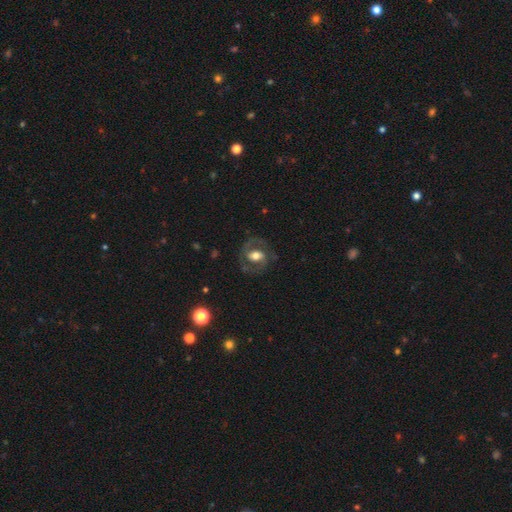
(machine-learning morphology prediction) The model was most divided on "bar": no: 43%, weak: 37%, strong: 20%. More confident: edge-on disk — no (96%); merging — none (74%); spiral arms — yes (73%); smooth or featured — featured or disk (66%); bulge size — moderate (59%).